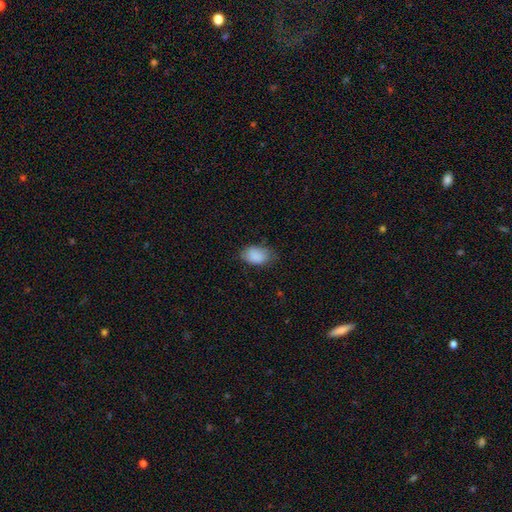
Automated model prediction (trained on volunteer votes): smooth 88%, star or artifact 7%, featured or disk 5%. Down the decision tree: how rounded — in between (88%); merging — none (69%).